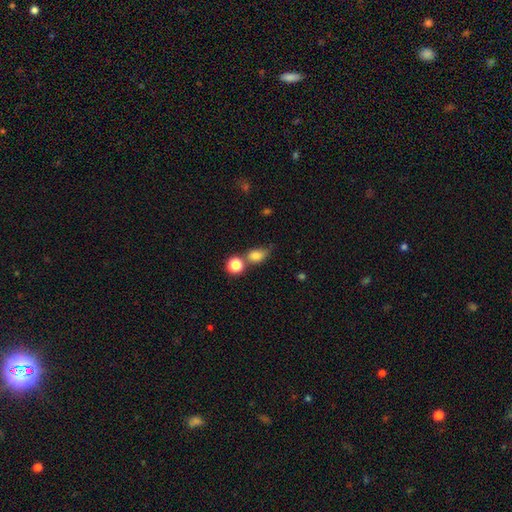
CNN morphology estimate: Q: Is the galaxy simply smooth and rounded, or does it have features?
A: smooth — 78%.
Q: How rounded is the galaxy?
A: in between — 63%.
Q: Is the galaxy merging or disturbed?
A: none — 44%.